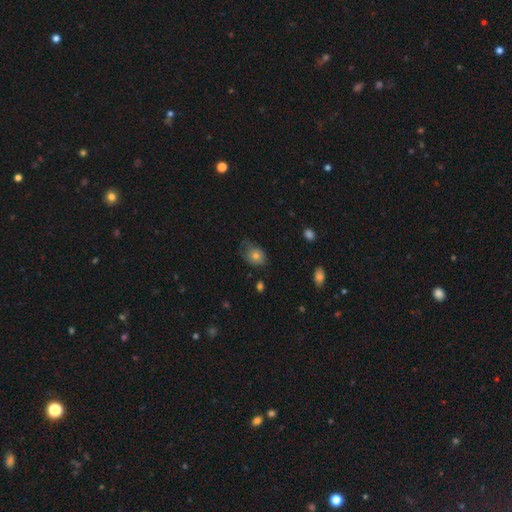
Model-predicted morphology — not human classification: smooth 72%, featured or disk 18%, star or artifact 10%. Down the decision tree: how rounded — in between (50%); merging — none (50%).